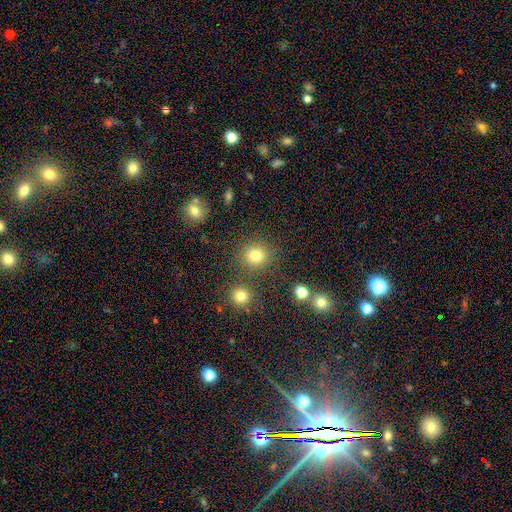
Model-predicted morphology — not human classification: Smooth or featured?
  - smooth: 77% *
  - star or artifact: 17%
  - featured or disk: 6%
How rounded?
  - round: 89% *
  - in between: 10%
  - cigar-shaped: 1%
Merging?
  - none: 83% *
  - minor disturbance: 8%
  - merger: 5%
  - major disturbance: 4%